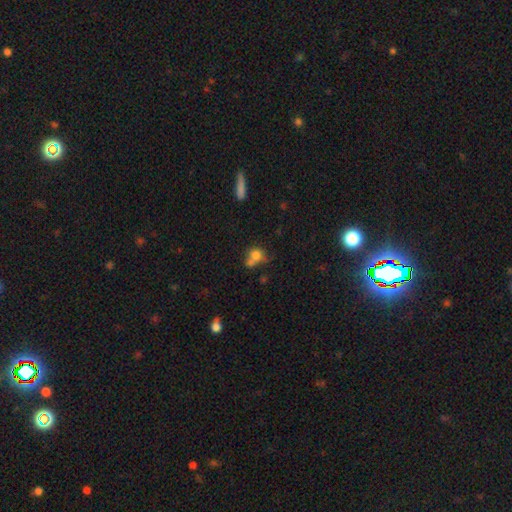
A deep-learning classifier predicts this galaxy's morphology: A smooth galaxy with no disk features (74%) that is round (70%). Merging: merger (42%).